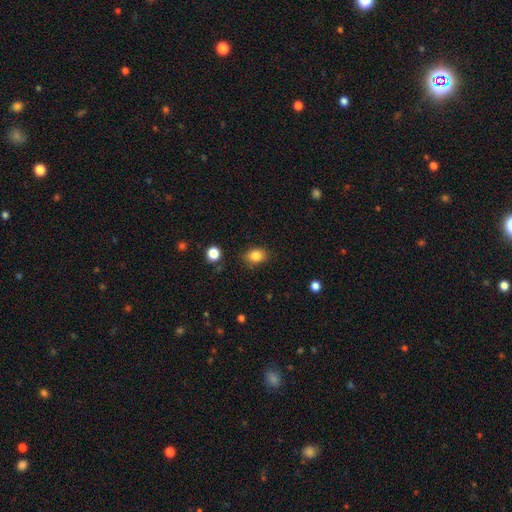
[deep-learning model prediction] Smooth or featured?
  - smooth: 84% *
  - star or artifact: 10%
  - featured or disk: 6%
How rounded?
  - in between: 61% *
  - round: 37%
  - cigar-shaped: 1%
Merging?
  - none: 81% *
  - minor disturbance: 14%
  - major disturbance: 3%
  - merger: 2%